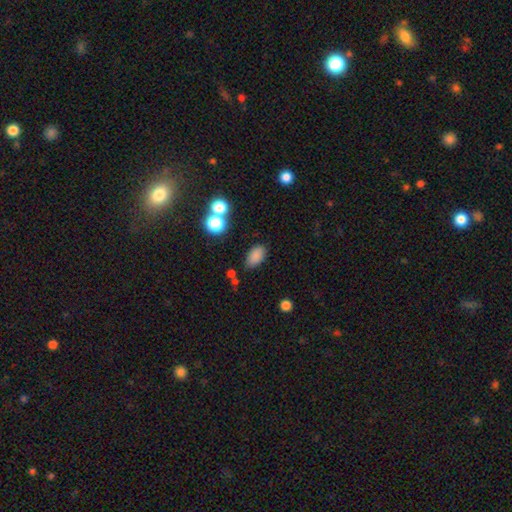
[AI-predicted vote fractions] Smooth or featured? Predicted: smooth (p=0.84). How rounded? Predicted: in between (p=0.91). Merging? Predicted: none (p=0.80).